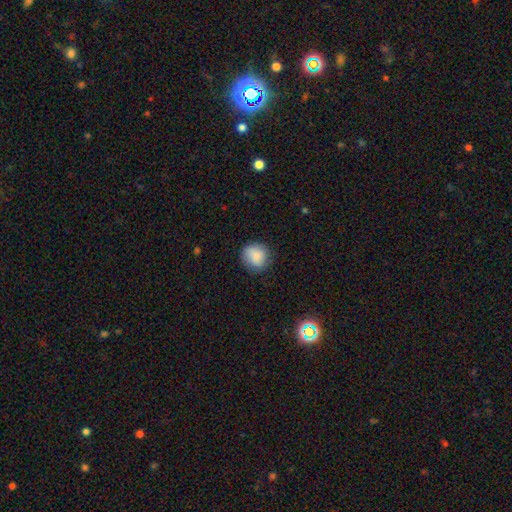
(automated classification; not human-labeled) This is clearly a smooth galaxy (86%). How rounded: clearly round (86%). Merging: likely none (78%).